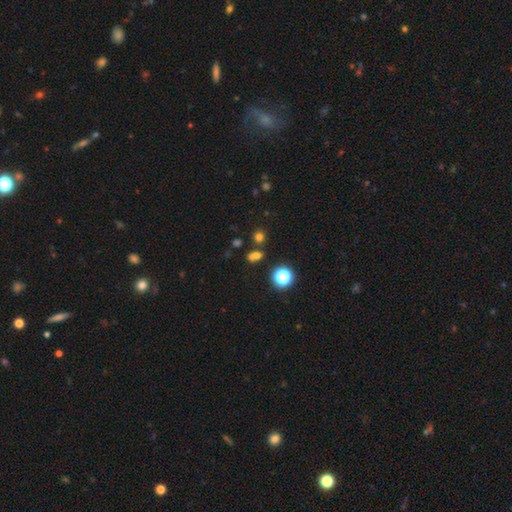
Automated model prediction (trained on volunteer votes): This appears to be a smooth galaxy with no disk features (65%) that is round (62%). Merging: none (62%).